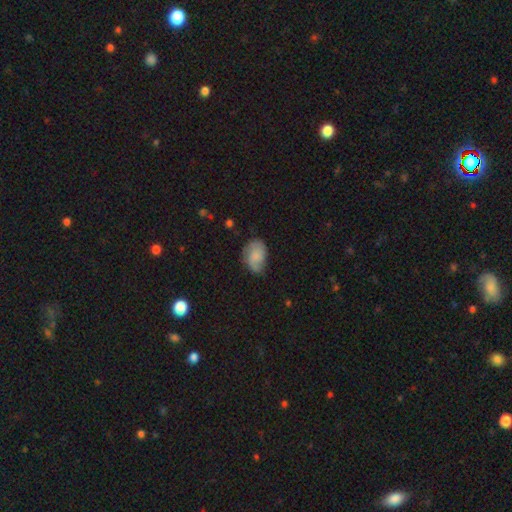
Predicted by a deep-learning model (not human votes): Overall: smooth (65%; featured or disk 27%). How rounded: in between (84%). Merging: none (54%; minor disturbance 34%).